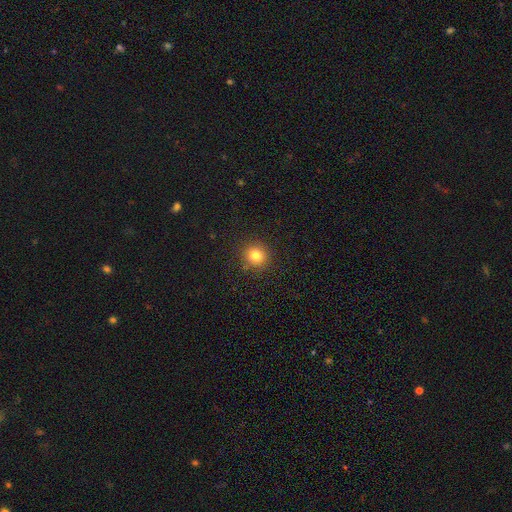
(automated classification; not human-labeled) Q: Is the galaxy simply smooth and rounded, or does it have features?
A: smooth — 81%.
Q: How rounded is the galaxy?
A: round — 92%.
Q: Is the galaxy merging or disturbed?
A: none — 90%.